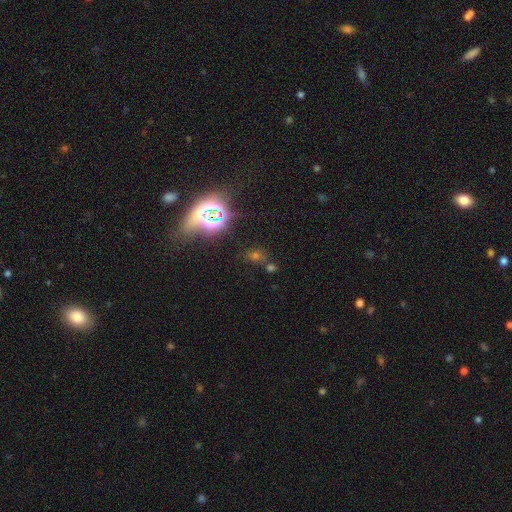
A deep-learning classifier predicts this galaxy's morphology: A star or artifact, not a galaxy (60%).

Vote fractions:
- Smooth or featured? star or artifact: 60% / smooth: 30% / featured or disk: 10%